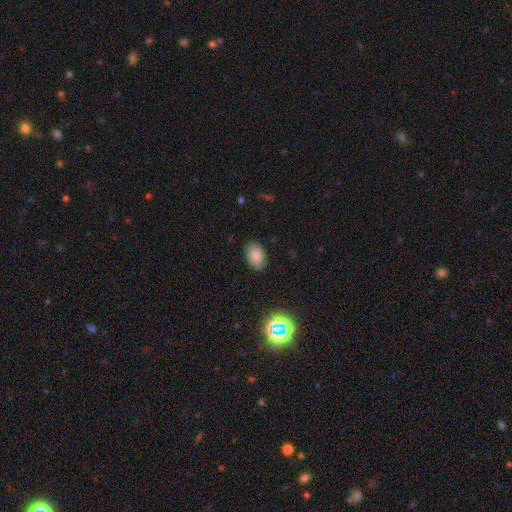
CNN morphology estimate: Smooth or featured: smooth — 83% (star or artifact — 10%)
How rounded: in between — 90% (round — 9%)
Merging: none — 86% (minor disturbance — 10%)